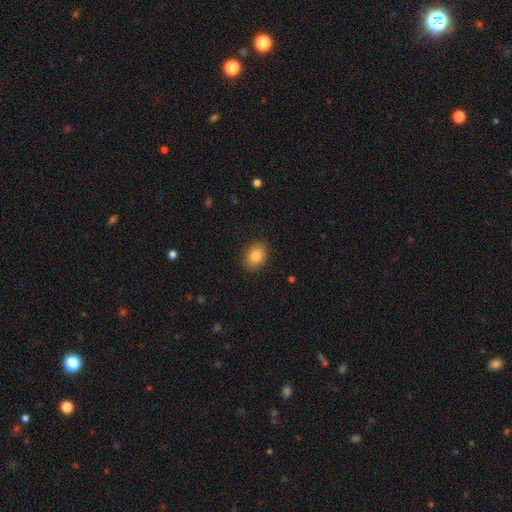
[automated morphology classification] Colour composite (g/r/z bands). It shows a smooth galaxy with no disk features (83%) that is in between round and cigar-shaped (65%). Merging: none (88%).